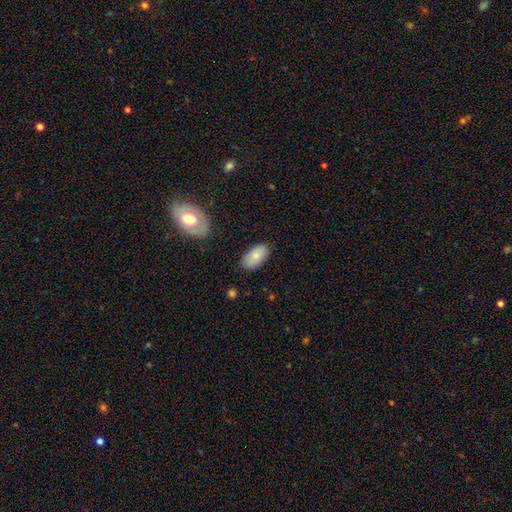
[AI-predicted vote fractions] A smooth galaxy with no disk features (79%) that is in between round and cigar-shaped (95%). Merging: none (83%).